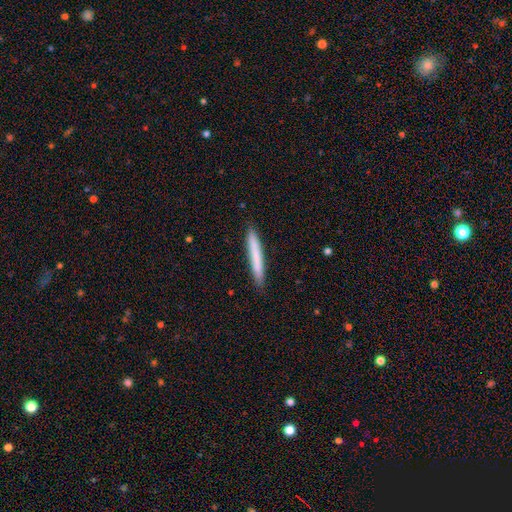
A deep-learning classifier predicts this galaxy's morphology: smooth 74%, featured or disk 20%, star or artifact 6%. Down the decision tree: how rounded — cigar-shaped (96%); merging — none (89%).